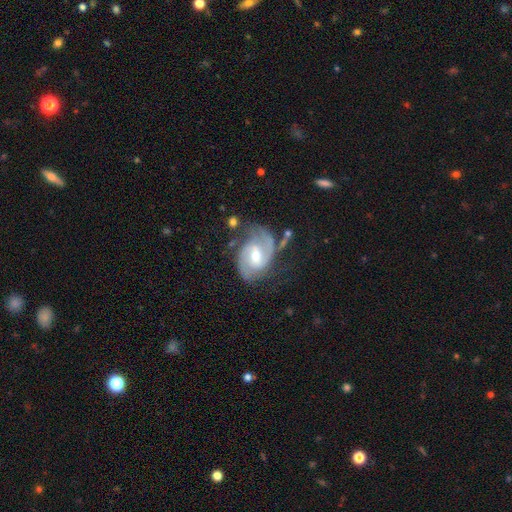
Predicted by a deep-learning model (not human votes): Smooth or featured? featured or disk (88%)
Edge-on disk? no (97%)
Bar? weak (56%)
Spiral arms? yes (97%)
Spiral winding? medium (52%)
Spiral arm count? 2 (83%)
Bulge size? moderate (63%)
Merging? none (64%)